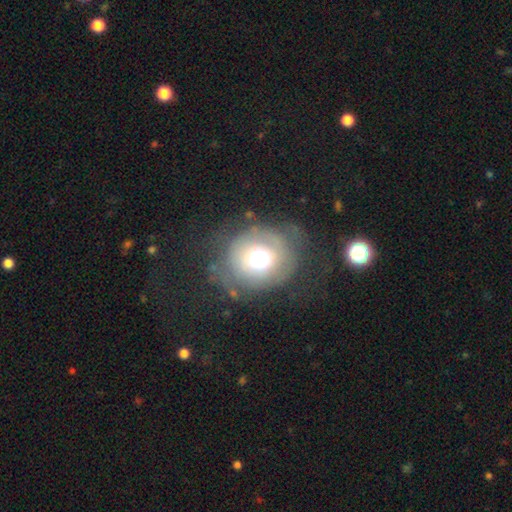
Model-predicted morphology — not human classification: This appears to be a smooth galaxy with no disk features (54%) that is round (88%). Merging: none (55%).